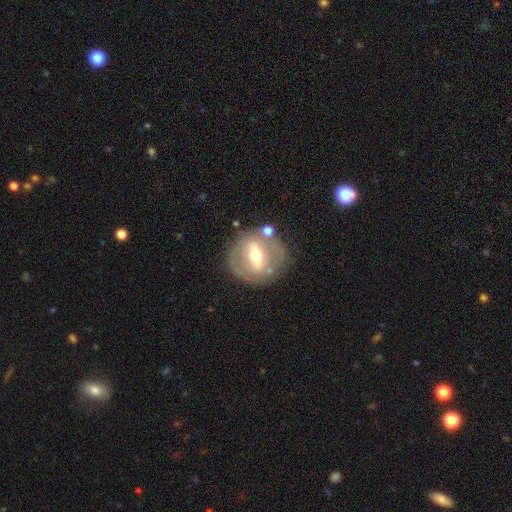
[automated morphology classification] This is likely a featured or disk galaxy (68%). It is clearly not viewed edge-on (86%). Bar: possibly strong (57%). Spiral arm pattern: likely no (68%). Central bulge: likely moderate (68%). Merging: likely none (73%).